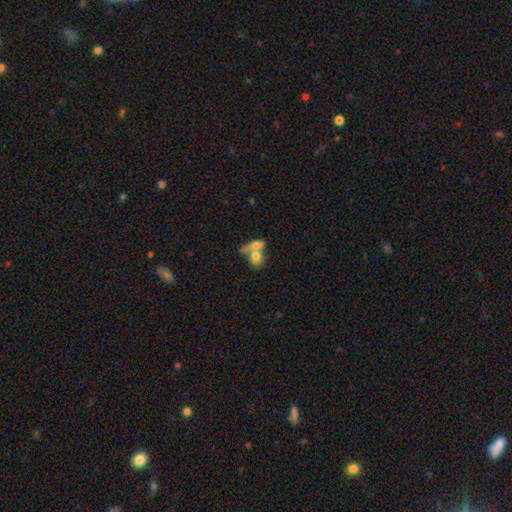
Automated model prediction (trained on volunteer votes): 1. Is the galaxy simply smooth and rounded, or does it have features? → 71% smooth, 21% featured or disk, 8% star or artifact.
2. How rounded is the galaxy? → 51% in between, 44% round, 5% cigar-shaped.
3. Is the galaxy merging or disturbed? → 65% merger, 23% none, 7% minor disturbance, 5% major disturbance.